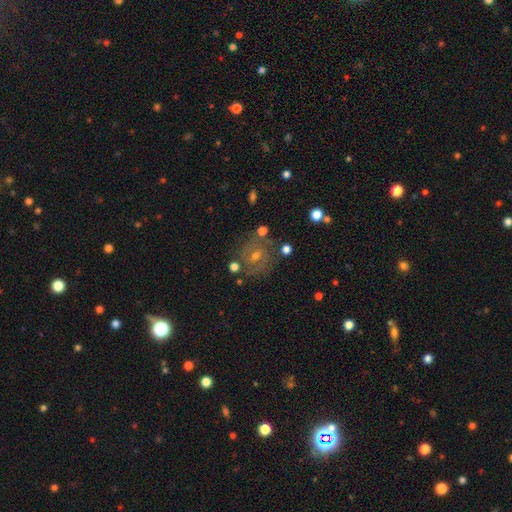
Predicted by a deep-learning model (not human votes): This is likely a featured or disk galaxy (61%). It is clearly not viewed edge-on (96%). Bar: possibly no (51%). Spiral arm pattern: likely yes (80%). Central bulge: possibly small (52%). Merging: likely none (76%).